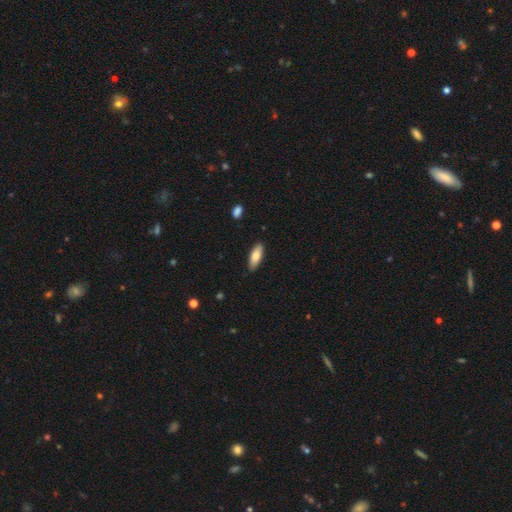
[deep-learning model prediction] This is likely a smooth galaxy (77%). How rounded: likely in between (67%). Merging: clearly none (88%).